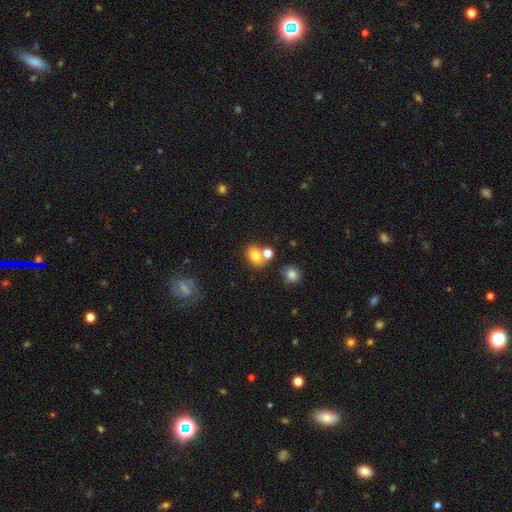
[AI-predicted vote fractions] smooth 78%, star or artifact 12%, featured or disk 11%. Down the decision tree: how rounded — in between (63%); merging — none (54%).